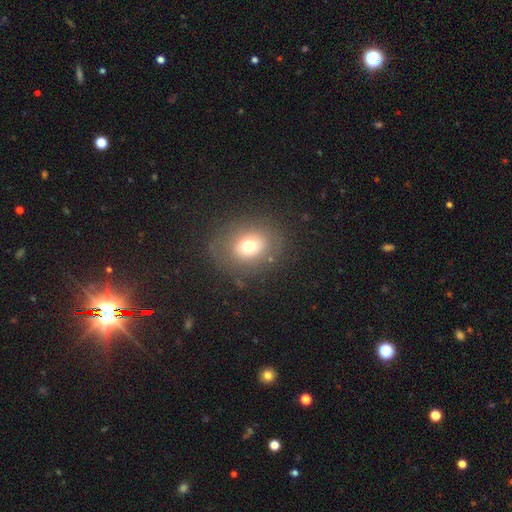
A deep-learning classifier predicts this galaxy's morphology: A smooth galaxy with no disk features (54%) that is round (64%).

Vote fractions:
- Smooth or featured? smooth: 54% / star or artifact: 28% / featured or disk: 17%
- How rounded? round: 64% / in between: 35% / cigar-shaped: 1%
- Merging? none: 88% / minor disturbance: 7% / major disturbance: 3% / merger: 1%